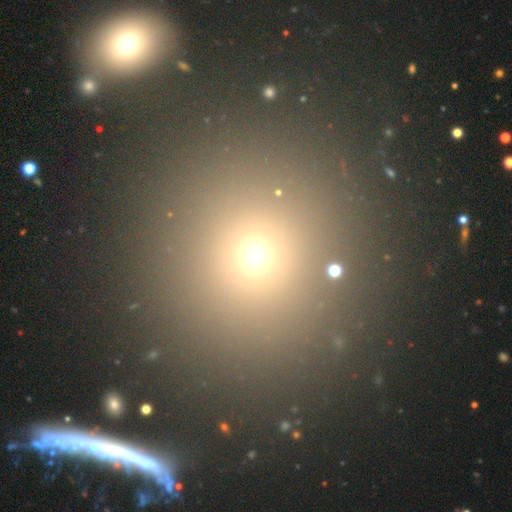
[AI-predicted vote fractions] Smooth or featured?
  - smooth: 65% *
  - star or artifact: 26%
  - featured or disk: 9%
How rounded?
  - round: 77% *
  - in between: 21%
  - cigar-shaped: 2%
Merging?
  - none: 80% *
  - minor disturbance: 9%
  - merger: 6%
  - major disturbance: 5%